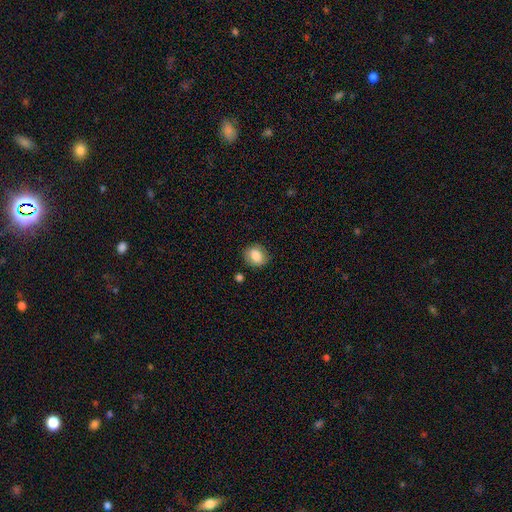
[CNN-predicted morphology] This is clearly a smooth galaxy (83%). How rounded: likely round (68%). Merging: clearly none (83%).